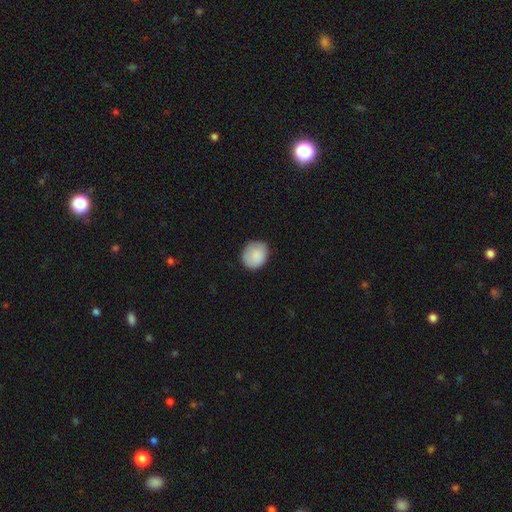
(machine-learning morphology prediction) The model was most divided on "how rounded": round: 74%, in between: 25%, cigar-shaped: 1%. More confident: smooth or featured — smooth (87%); merging — none (80%).